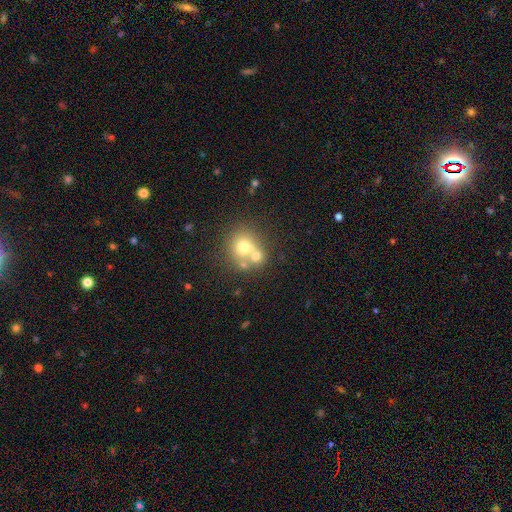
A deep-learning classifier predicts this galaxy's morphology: type=smooth (63%); roundness=round (81%); merging=merger (49%).